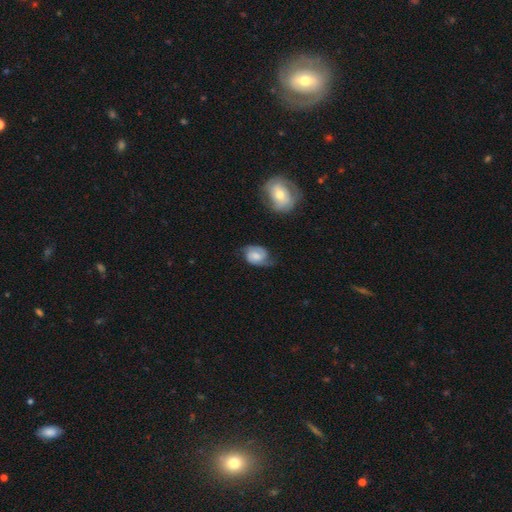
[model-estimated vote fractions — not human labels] Smooth or featured: featured or disk — 59% (smooth — 33%)
Edge-on disk: no — 97% (yes — 3%)
Bar: no — 49% (weak — 41%)
Spiral arms: yes — 90% (no — 10%)
Spiral winding: medium — 46% (tight — 33%)
Spiral arm count: 2 — 83% (can't tell — 9%)
Bulge size: moderate — 39% (small — 29%)
Merging: none — 61% (minor disturbance — 27%)